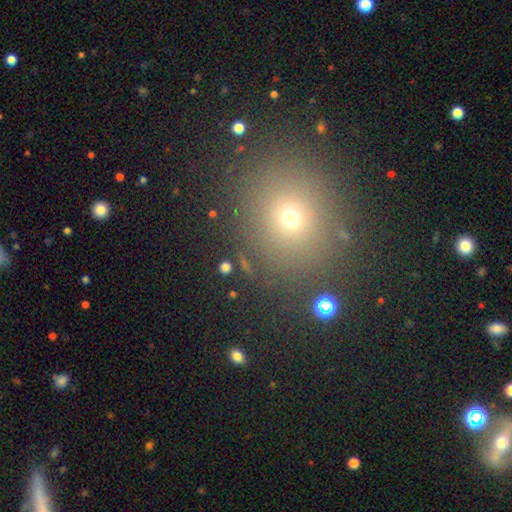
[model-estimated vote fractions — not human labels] Smooth or featured? smooth (59%)
How rounded? round (78%)
Merging? none (88%)